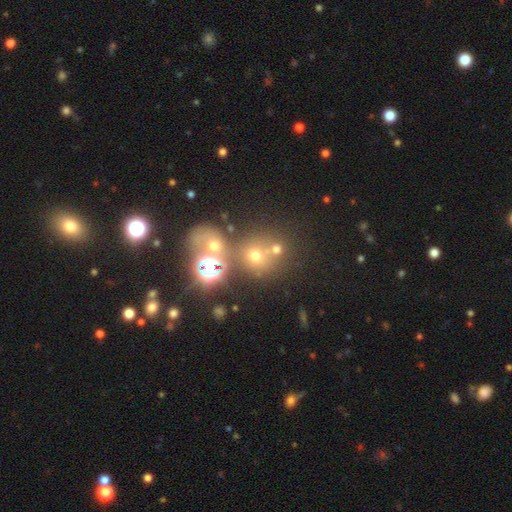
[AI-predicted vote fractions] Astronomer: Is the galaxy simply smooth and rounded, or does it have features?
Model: smooth — 54% (runner-up: star or artifact, 32%).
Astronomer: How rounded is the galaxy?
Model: round — 81%.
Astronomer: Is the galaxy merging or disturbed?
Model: none — 52% (runner-up: merger, 32%).